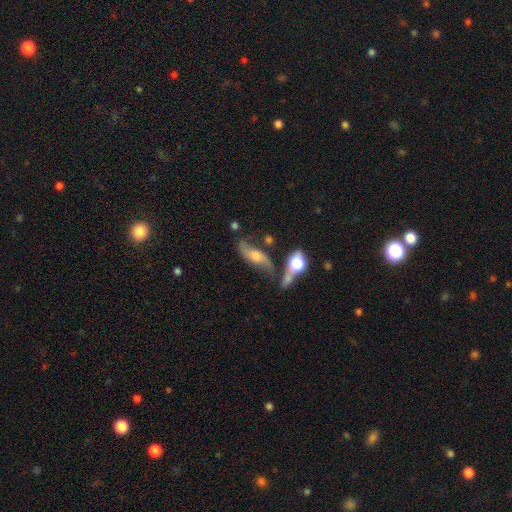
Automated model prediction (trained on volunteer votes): featured or disk 72%, smooth 20%, star or artifact 8%. Down the decision tree: edge-on disk — no (82%); bar — no (59%); spiral arms — yes (91%); spiral arm count — 2 (91%); spiral winding — loose (81%); bulge size — moderate (52%); merging — none (54%).